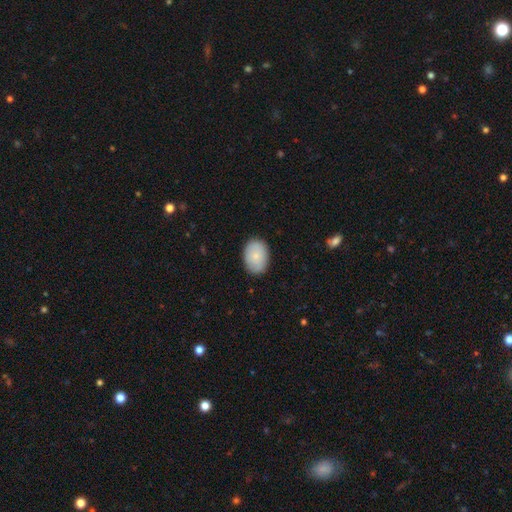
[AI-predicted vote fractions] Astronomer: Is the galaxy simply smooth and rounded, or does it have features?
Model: smooth — 84%.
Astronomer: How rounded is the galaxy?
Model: in between — 79%.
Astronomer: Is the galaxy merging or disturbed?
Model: none — 86%.